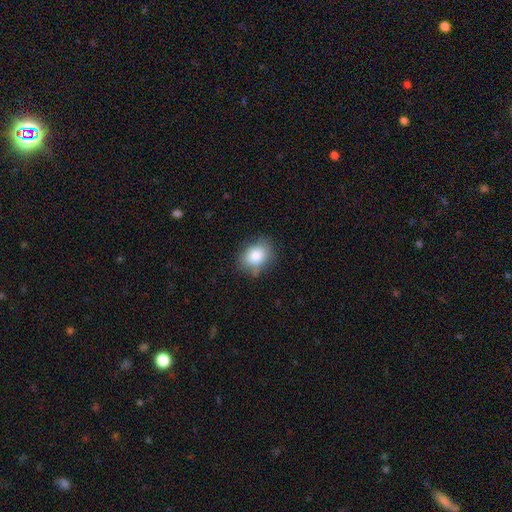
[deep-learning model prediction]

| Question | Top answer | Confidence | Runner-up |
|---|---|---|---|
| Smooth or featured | smooth | 83% | star or artifact (9%) |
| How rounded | in between | 56% | round (43%) |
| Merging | none | 75% | minor disturbance (18%) |